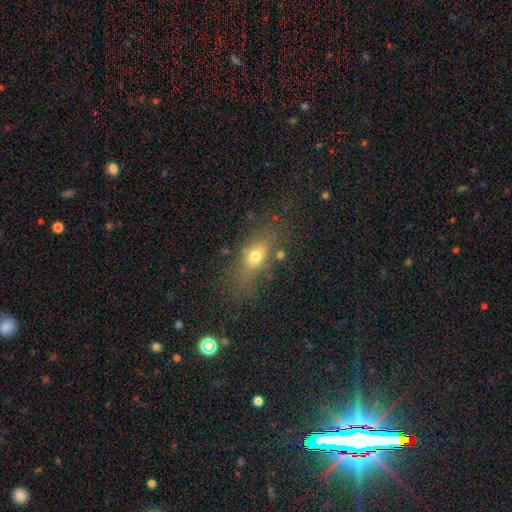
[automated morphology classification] The model was most divided on "smooth or featured": smooth: 66%, featured or disk: 21%, star or artifact: 13%. More confident: how rounded — in between (70%); merging — none (66%).